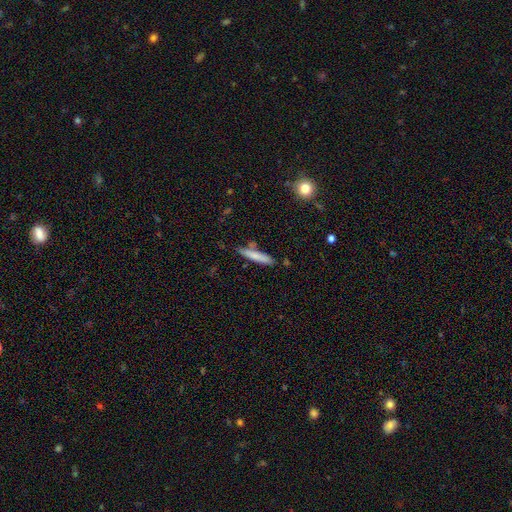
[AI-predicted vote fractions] A smooth galaxy with no disk features (75%) that is cigar-shaped (90%).

Vote fractions:
- Smooth or featured? smooth: 75% / featured or disk: 19% / star or artifact: 6%
- How rounded? cigar-shaped: 90% / in between: 8% / round: 1%
- Merging? none: 76% / minor disturbance: 14% / merger: 7% / major disturbance: 3%